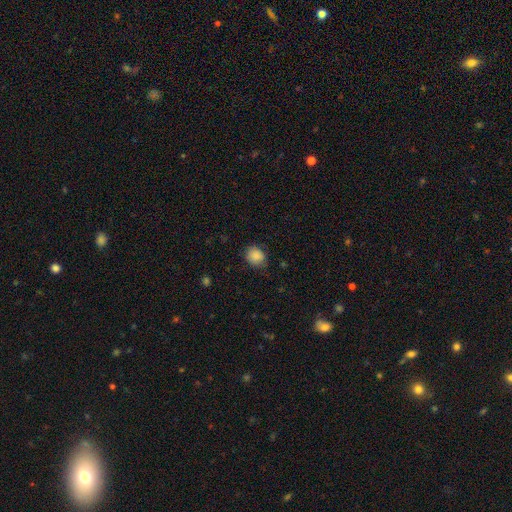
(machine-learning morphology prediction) smooth-or-featured: smooth: 87% | star or artifact: 8% | featured or disk: 4%
  how-rounded: round: 65% | in between: 34% | cigar-shaped: 1%
  merging: none: 75% | minor disturbance: 20% | major disturbance: 4% | merger: 1%